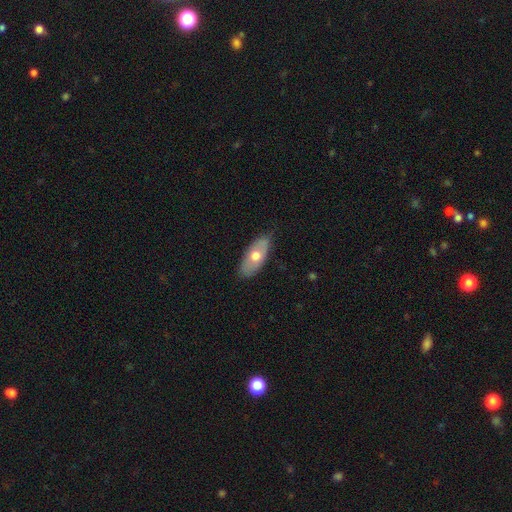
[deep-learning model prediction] smooth 57%, featured or disk 37%, star or artifact 6%. Down the decision tree: how rounded — in between (87%); merging — none (81%).